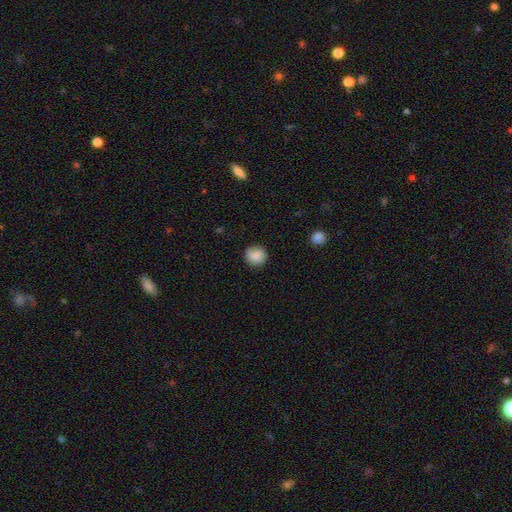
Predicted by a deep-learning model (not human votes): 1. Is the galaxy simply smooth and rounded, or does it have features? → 87% smooth, 8% star or artifact, 5% featured or disk.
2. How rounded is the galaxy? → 88% round, 11% in between, 1% cigar-shaped.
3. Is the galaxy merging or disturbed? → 84% none, 12% minor disturbance, 3% major disturbance, 1% merger.